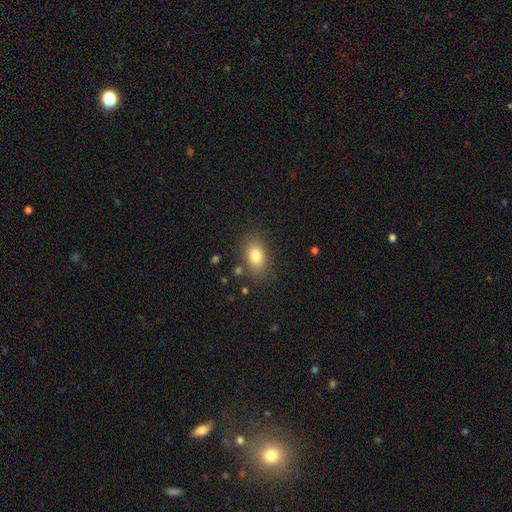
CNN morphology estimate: smooth-or-featured: smooth: 81% | featured or disk: 9% | star or artifact: 9%
  how-rounded: in between: 83% | round: 15% | cigar-shaped: 2%
  merging: none: 81% | minor disturbance: 12% | major disturbance: 4% | merger: 3%